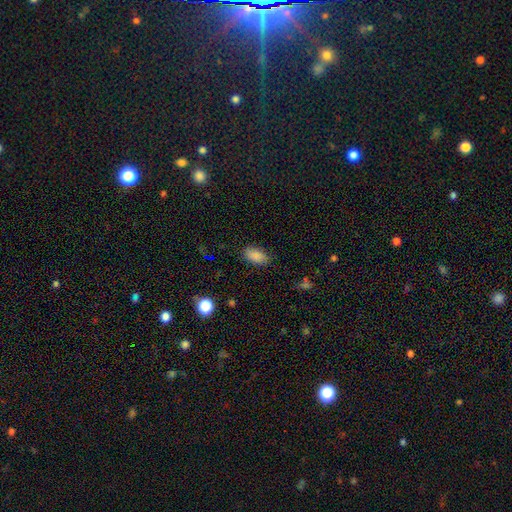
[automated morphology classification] Smooth or featured?
  - smooth: 86% *
  - star or artifact: 9%
  - featured or disk: 5%
How rounded?
  - in between: 92% *
  - round: 5%
  - cigar-shaped: 3%
Merging?
  - none: 82% *
  - minor disturbance: 14%
  - major disturbance: 3%
  - merger: 1%